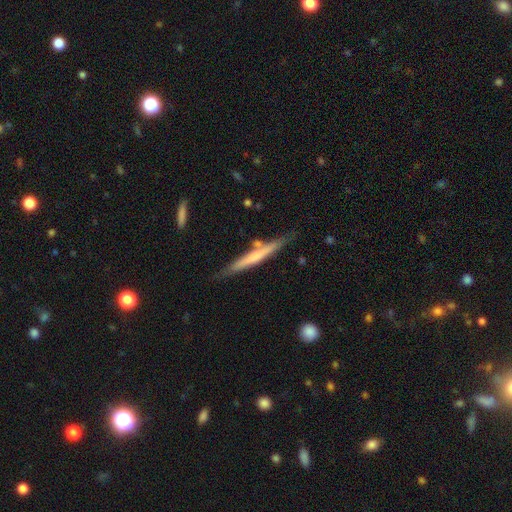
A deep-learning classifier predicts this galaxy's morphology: featured or disk 50%, smooth 45%, star or artifact 5%. Down the decision tree: merging — none (78%).